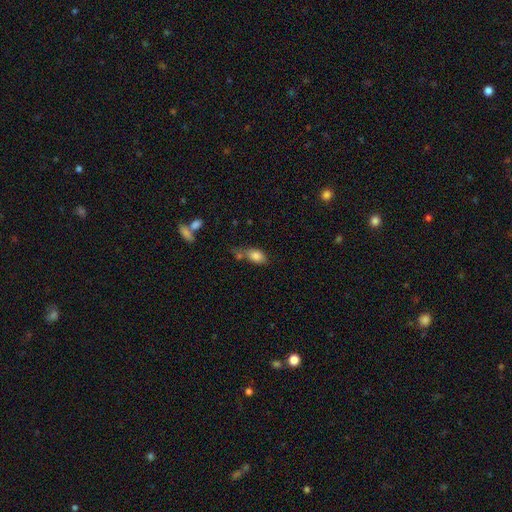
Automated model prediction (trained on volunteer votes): Morphology: type=smooth (83%); roundness=in between (85%); merging=none (45%).